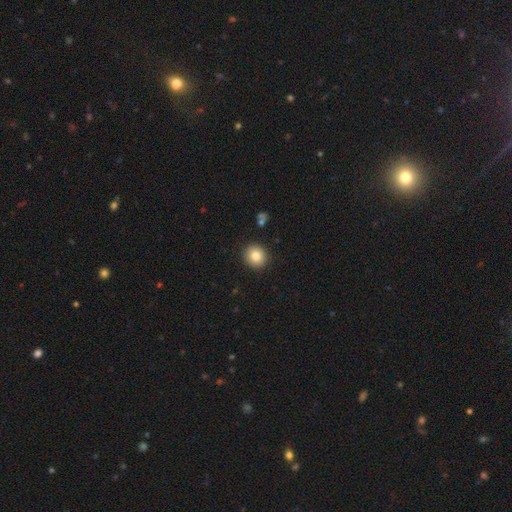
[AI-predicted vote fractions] Overall: smooth (84%). How rounded: round (85%). Merging: none (91%).